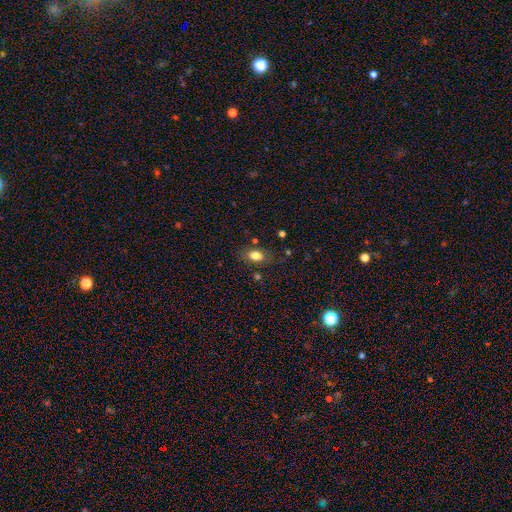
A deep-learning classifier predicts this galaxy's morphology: A smooth galaxy with no disk features (81%) that is in between round and cigar-shaped (85%).

Vote fractions:
- Smooth or featured? smooth: 81% / featured or disk: 10% / star or artifact: 9%
- How rounded? in between: 85% / round: 12% / cigar-shaped: 3%
- Merging? none: 77% / minor disturbance: 15% / major disturbance: 5% / merger: 3%